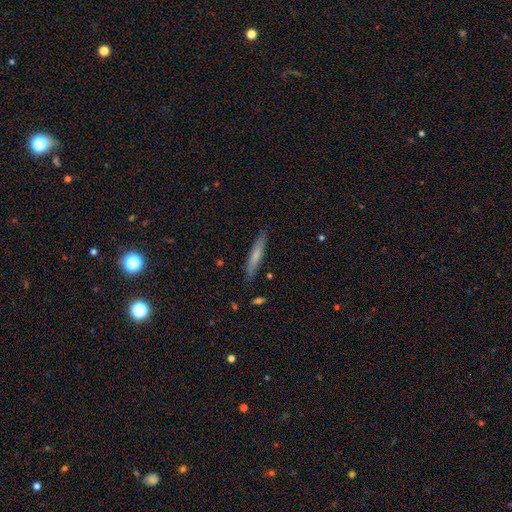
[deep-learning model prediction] Overall: smooth (64%; featured or disk 30%). How rounded: cigar-shaped (92%). Merging: none (86%).